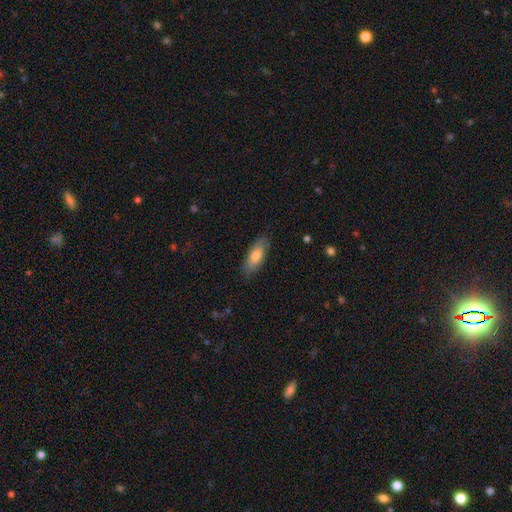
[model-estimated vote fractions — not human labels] smooth-or-featured: smooth: 73% | featured or disk: 21% | star or artifact: 6%
  how-rounded: in between: 66% | cigar-shaped: 32% | round: 2%
  merging: none: 84% | minor disturbance: 13% | major disturbance: 2% | merger: 1%